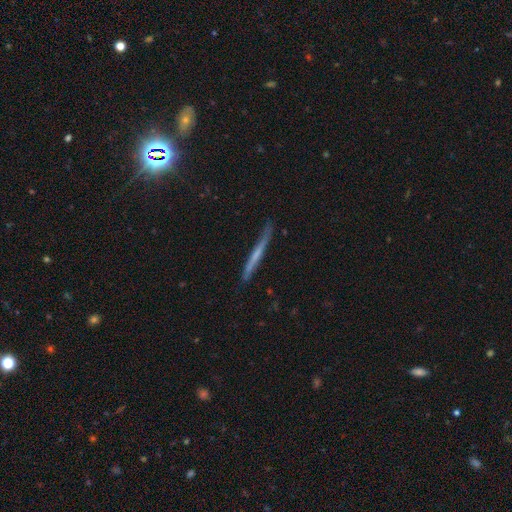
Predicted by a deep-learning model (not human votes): A featured or disk galaxy (51%) viewed edge-on (94%). Merging: none (79%).